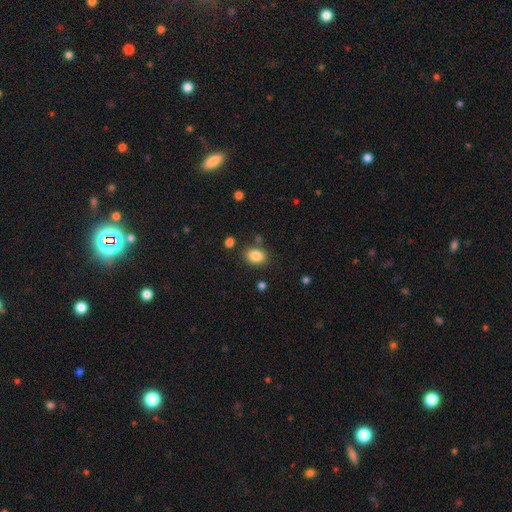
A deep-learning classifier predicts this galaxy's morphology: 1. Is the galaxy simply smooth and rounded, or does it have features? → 85% smooth, 9% star or artifact, 6% featured or disk.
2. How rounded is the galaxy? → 70% in between, 29% round, 1% cigar-shaped.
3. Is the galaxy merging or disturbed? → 82% none, 11% minor disturbance, 4% merger, 3% major disturbance.